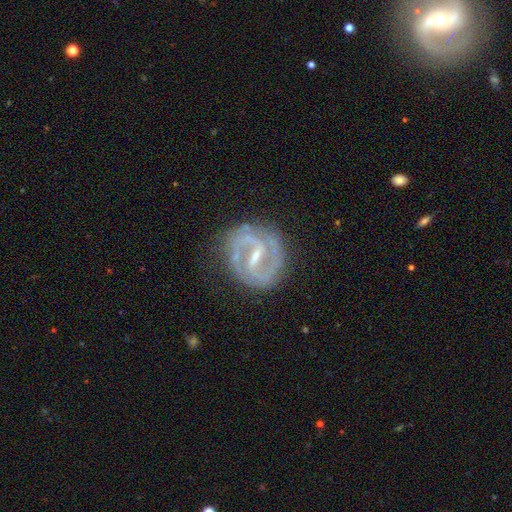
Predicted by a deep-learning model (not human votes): A featured or disk galaxy (87%) with a strong bar (57%), 2 (84%) tight (45%) spiral arms (93%) and a small central bulge (57%). Merging: none (77%).